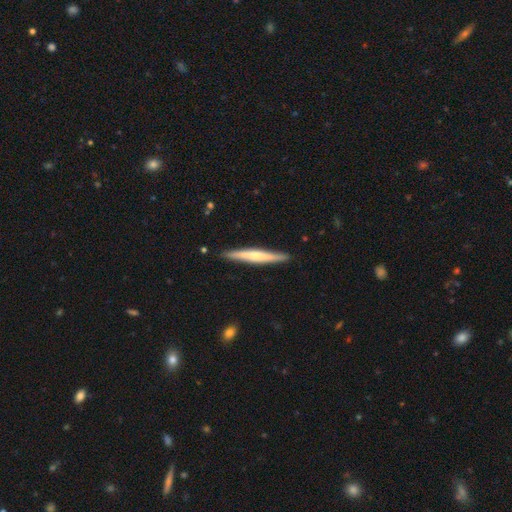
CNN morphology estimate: This appears to be a featured or disk galaxy (53%) viewed edge-on (97%) with a rounded central bulge (57%). Merging: none (90%).